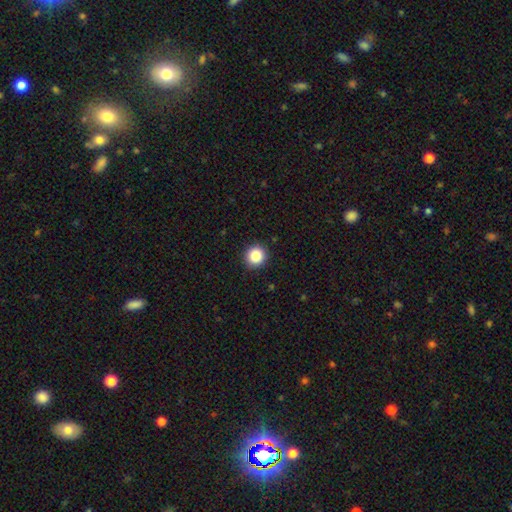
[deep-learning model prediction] smooth_or_featured: smooth (p=0.87) [alt: star or artifact p=0.10]
how_rounded: round (p=0.92) [alt: in between p=0.07]
merging: none (p=0.91) [alt: minor disturbance p=0.06]